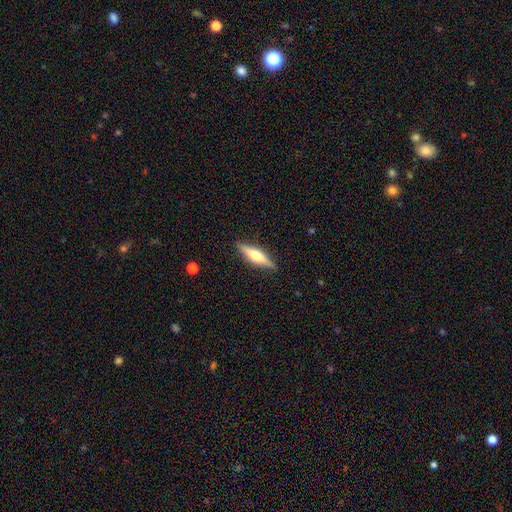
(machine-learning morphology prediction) Overall: featured or disk (58%; smooth 36%). Edge-on disk: yes (96%). Edge-on bulge: rounded (89%). Merging: none (89%).